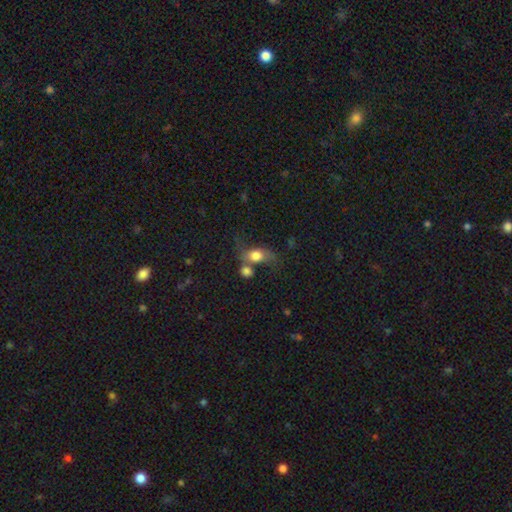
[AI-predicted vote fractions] smooth_or_featured: smooth (p=0.65) [alt: featured or disk p=0.25]
how_rounded: in between (p=0.68) [alt: round p=0.28]
merging: none (p=0.36) [alt: merger p=0.31]